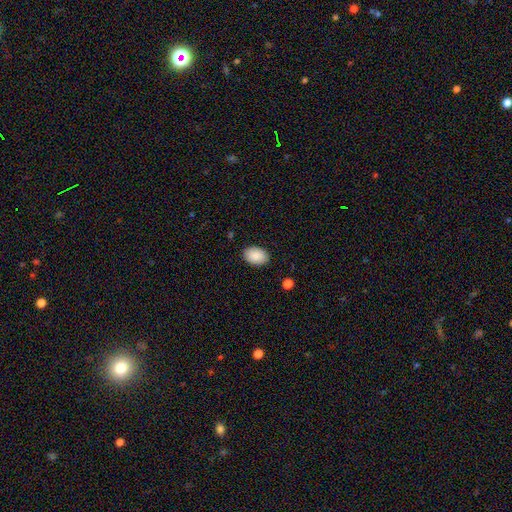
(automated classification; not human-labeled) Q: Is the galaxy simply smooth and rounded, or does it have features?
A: smooth — 90%.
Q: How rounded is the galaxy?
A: in between — 88%.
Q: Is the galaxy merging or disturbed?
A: none — 89%.